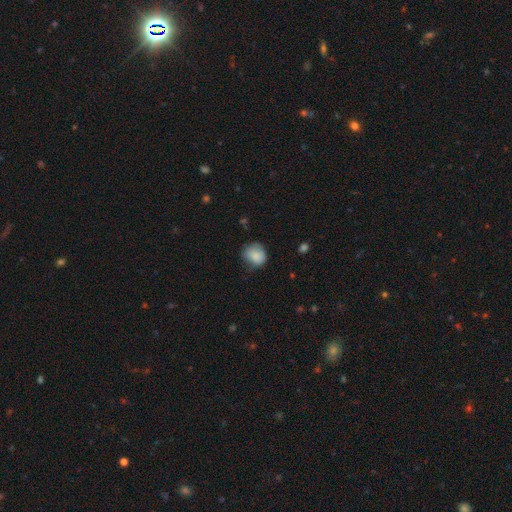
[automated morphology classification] smooth 83%, star or artifact 9%, featured or disk 8%. Down the decision tree: how rounded — round (75%); merging — none (54%).